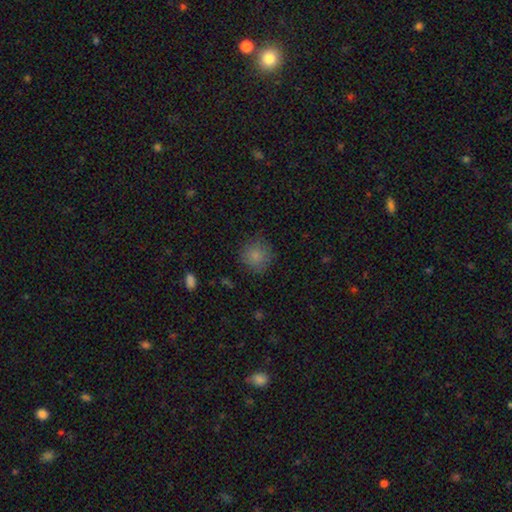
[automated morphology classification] Q: Smooth or featured?
A: smooth (83%); runner-up: star or artifact (11%)
Q: How rounded?
A: round (92%); runner-up: in between (7%)
Q: Merging?
A: none (81%); runner-up: minor disturbance (13%)